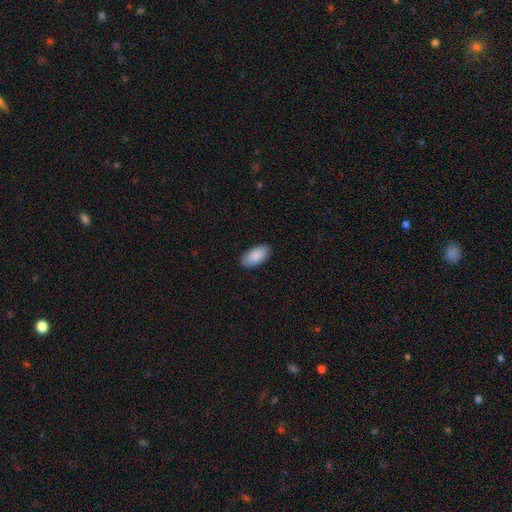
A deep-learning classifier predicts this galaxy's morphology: Overall: smooth (90%). How rounded: in between (96%). Merging: none (89%).